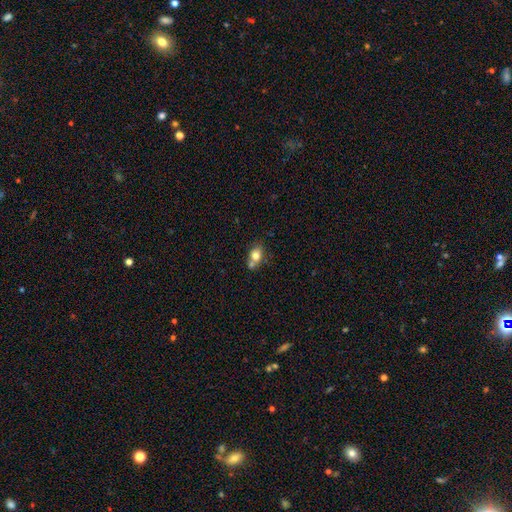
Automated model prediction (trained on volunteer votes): Q: Smooth or featured?
A: smooth (75%); runner-up: featured or disk (15%)
Q: How rounded?
A: in between (63%); runner-up: round (35%)
Q: Merging?
A: none (44%); runner-up: merger (37%)